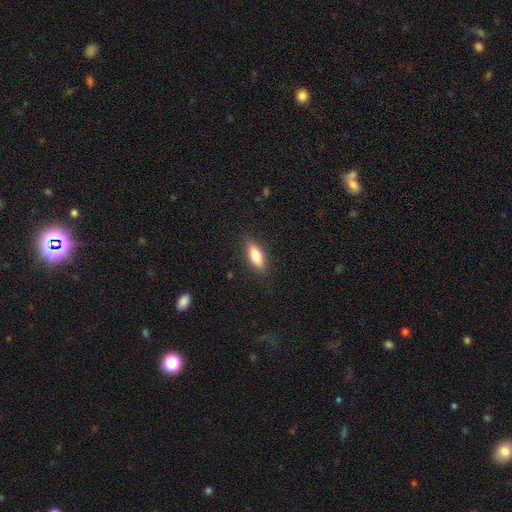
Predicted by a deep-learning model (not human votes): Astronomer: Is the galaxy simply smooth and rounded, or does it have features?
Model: smooth — 75%.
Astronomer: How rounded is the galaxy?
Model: in between — 65%.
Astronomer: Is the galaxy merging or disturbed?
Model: none — 86%.